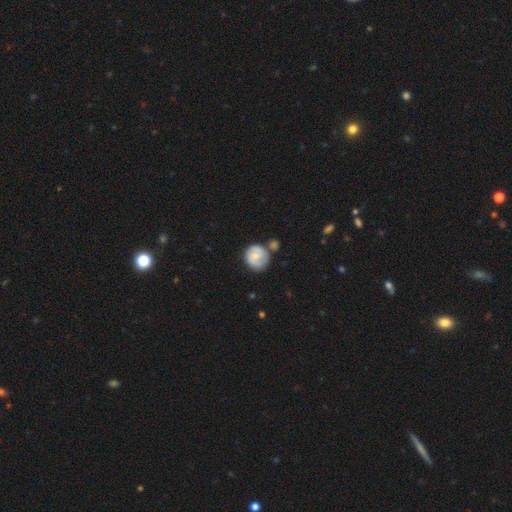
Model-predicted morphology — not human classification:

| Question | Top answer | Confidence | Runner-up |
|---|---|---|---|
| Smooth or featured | featured or disk | 49% | smooth (44%) |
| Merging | none | 60% | minor disturbance (19%) |